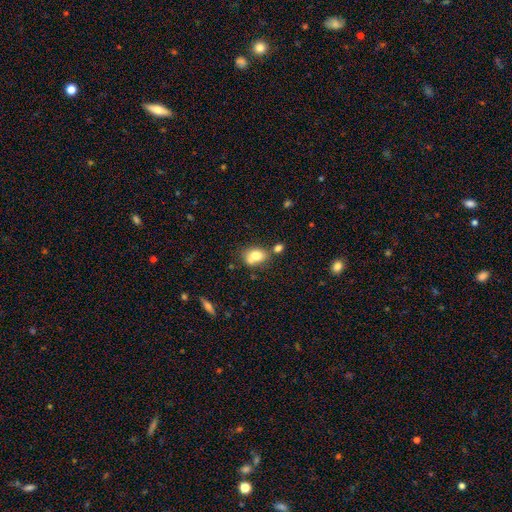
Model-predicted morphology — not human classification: A smooth galaxy with no disk features (77%) that is in between round and cigar-shaped (61%).

Vote fractions:
- Smooth or featured? smooth: 77% / featured or disk: 13% / star or artifact: 10%
- How rounded? in between: 61% / round: 38% / cigar-shaped: 1%
- Merging? none: 49% / merger: 26% / minor disturbance: 18% / major disturbance: 6%